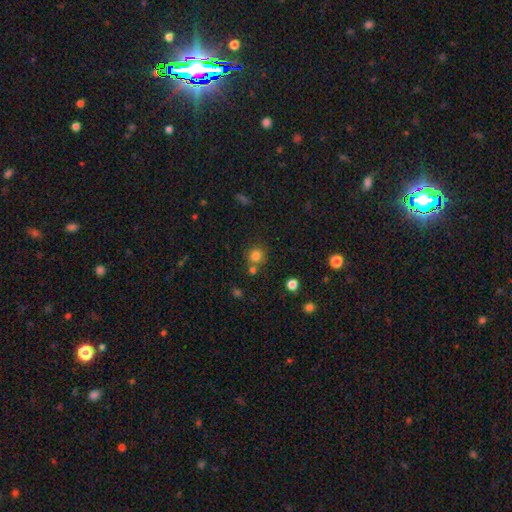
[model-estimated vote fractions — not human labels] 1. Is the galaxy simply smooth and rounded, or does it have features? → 79% smooth, 14% star or artifact, 6% featured or disk.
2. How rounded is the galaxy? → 89% round, 10% in between, 1% cigar-shaped.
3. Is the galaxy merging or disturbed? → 67% none, 21% merger, 9% minor disturbance, 3% major disturbance.